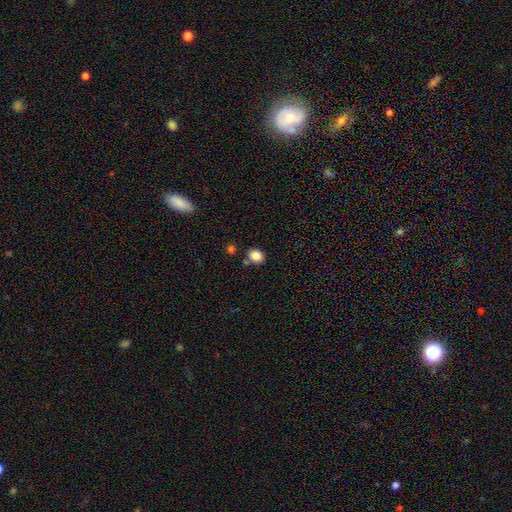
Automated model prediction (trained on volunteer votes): smooth_or_featured: smooth (p=0.86) [alt: star or artifact p=0.09]
how_rounded: round (p=0.54) [alt: in between p=0.45]
merging: none (p=0.76) [alt: minor disturbance p=0.11]